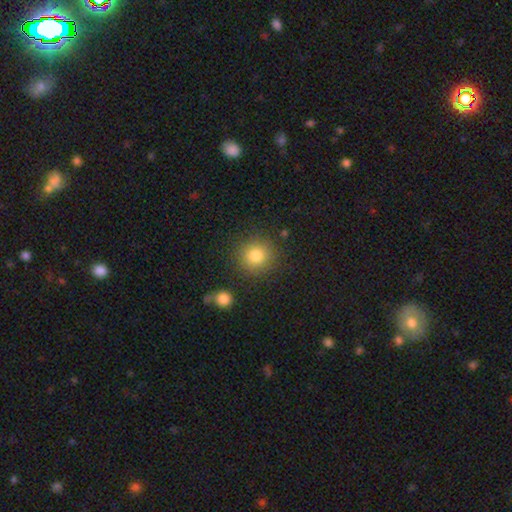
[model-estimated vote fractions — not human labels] Overall: smooth (81%). How rounded: round (92%). Merging: none (86%).